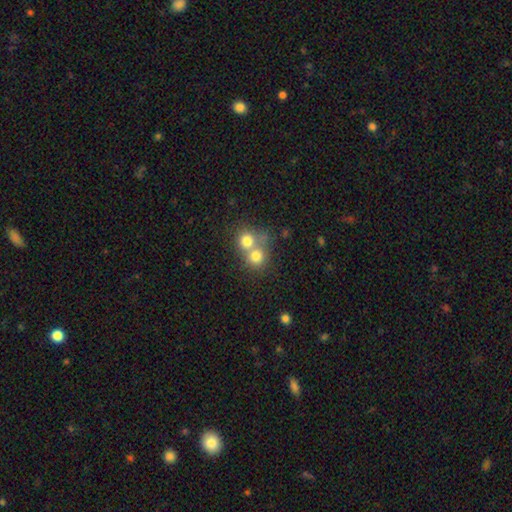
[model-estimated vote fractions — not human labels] This is likely a smooth galaxy (75%). How rounded: clearly round (84%). Merging: possibly merger (58%).